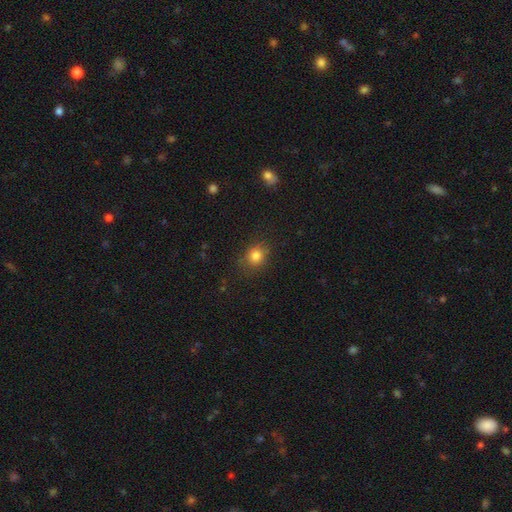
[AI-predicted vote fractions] Smooth or featured: smooth — 81% (star or artifact — 13%)
How rounded: round — 74% (in between — 25%)
Merging: none — 80% (minor disturbance — 14%)